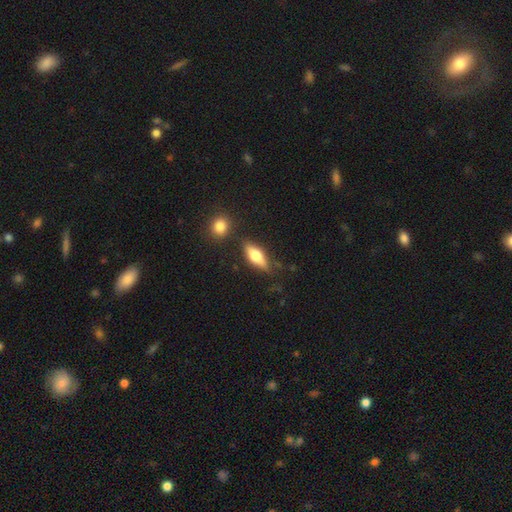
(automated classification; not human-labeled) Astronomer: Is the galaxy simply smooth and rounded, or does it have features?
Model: smooth — 59%.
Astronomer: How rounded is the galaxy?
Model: in between — 63%.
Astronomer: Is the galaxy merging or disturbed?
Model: none — 73%.